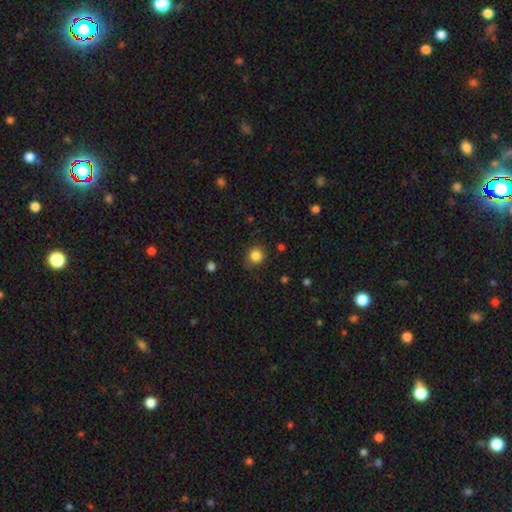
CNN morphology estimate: Smooth or featured? smooth (85%)
How rounded? round (86%)
Merging? none (80%)